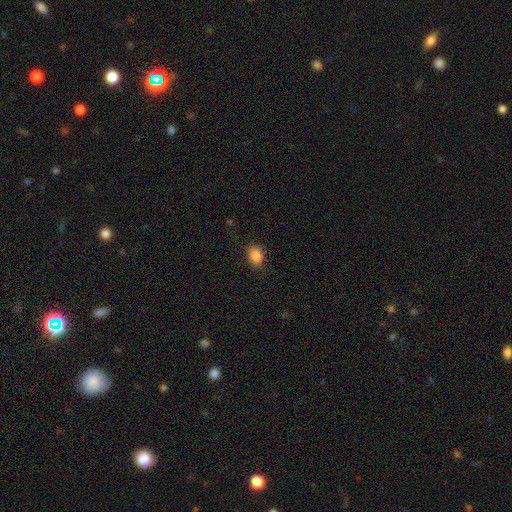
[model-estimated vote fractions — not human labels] smooth-or-featured: smooth: 86% | star or artifact: 9% | featured or disk: 5%
  how-rounded: in between: 67% | round: 32% | cigar-shaped: 1%
  merging: none: 83% | minor disturbance: 13% | major disturbance: 3% | merger: 1%